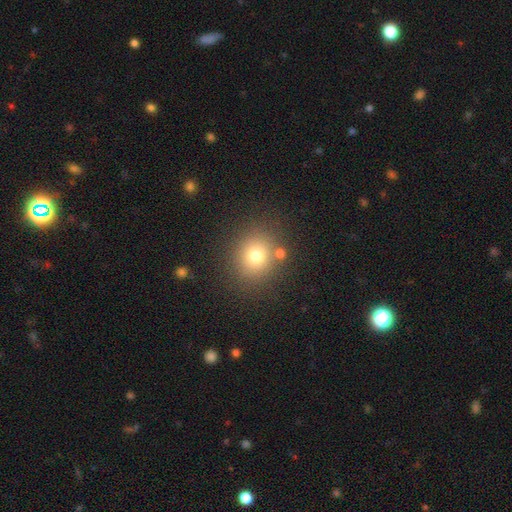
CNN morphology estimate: smooth-or-featured: smooth: 76% | star or artifact: 15% | featured or disk: 10%
  how-rounded: round: 81% | in between: 18% | cigar-shaped: 1%
  merging: none: 78% | minor disturbance: 10% | merger: 8% | major disturbance: 4%